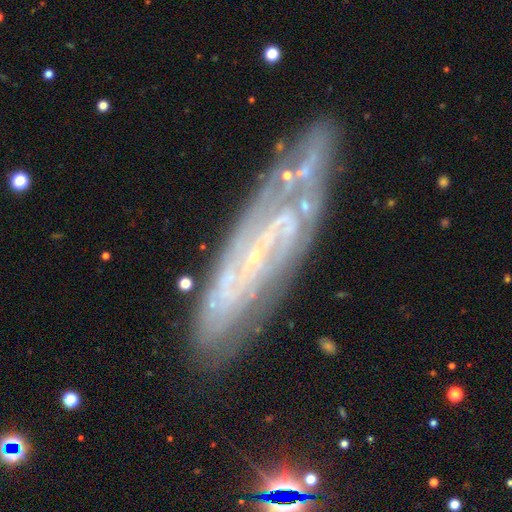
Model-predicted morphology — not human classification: Smooth or featured? featured or disk (80%)
Edge-on disk? no (73%)
Bar? no (48%)
Spiral arms? yes (88%)
Spiral winding? tight (58%)
Spiral arm count? can't tell (44%)
Bulge size? small (83%)
Merging? none (72%)